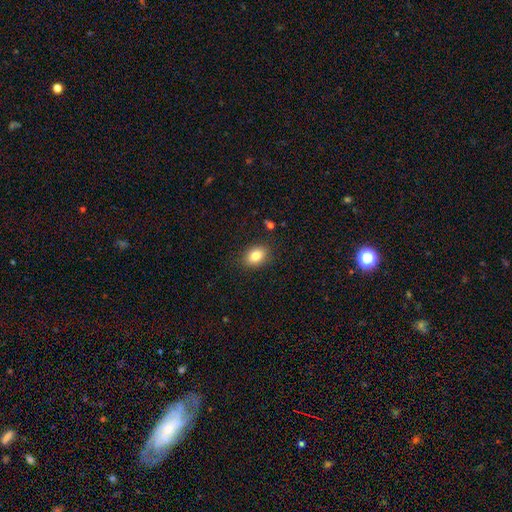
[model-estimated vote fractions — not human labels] A smooth galaxy with no disk features (84%) that is in between round and cigar-shaped (71%).

Vote fractions:
- Smooth or featured? smooth: 84% / star or artifact: 9% / featured or disk: 7%
- How rounded? in between: 71% / round: 28% / cigar-shaped: 1%
- Merging? none: 87% / minor disturbance: 9% / major disturbance: 3% / merger: 1%